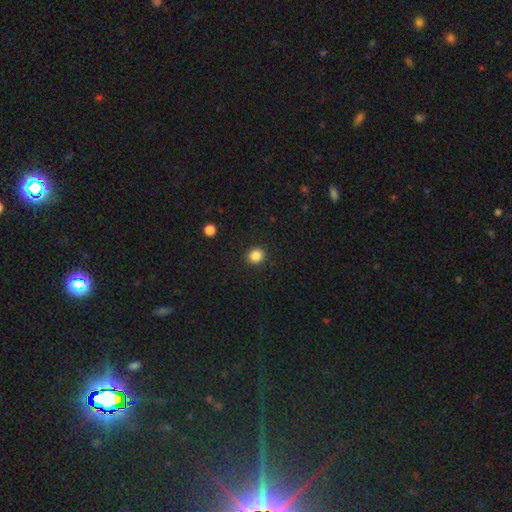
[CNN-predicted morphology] A smooth galaxy with no disk features (86%) that is round (86%). Merging: none (92%).